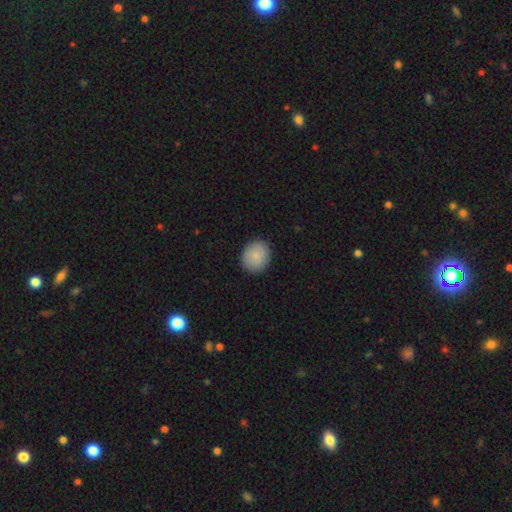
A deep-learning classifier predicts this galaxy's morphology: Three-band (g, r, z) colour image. It shows a smooth galaxy with no disk features (86%) that is round (77%). Merging: none (90%).